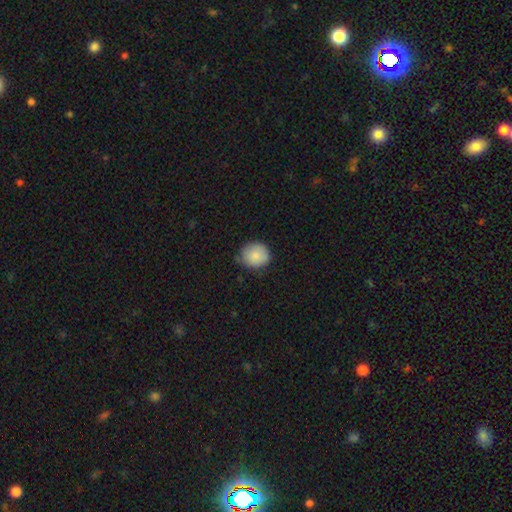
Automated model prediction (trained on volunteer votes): A smooth galaxy with no disk features (84%) that is round (83%). Merging: none (72%).